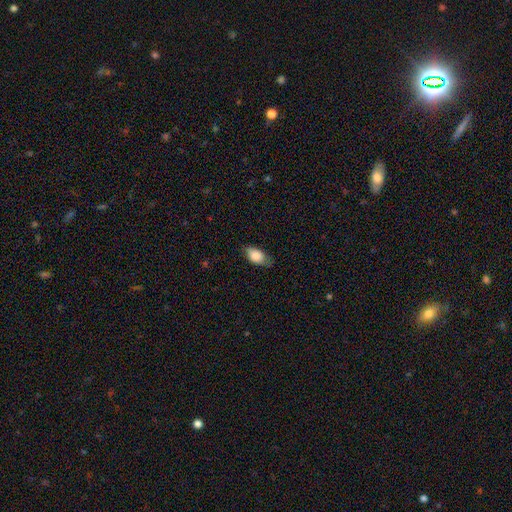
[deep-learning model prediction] A smooth galaxy with no disk features (83%) that is in between round and cigar-shaped (90%). Merging: none (67%).